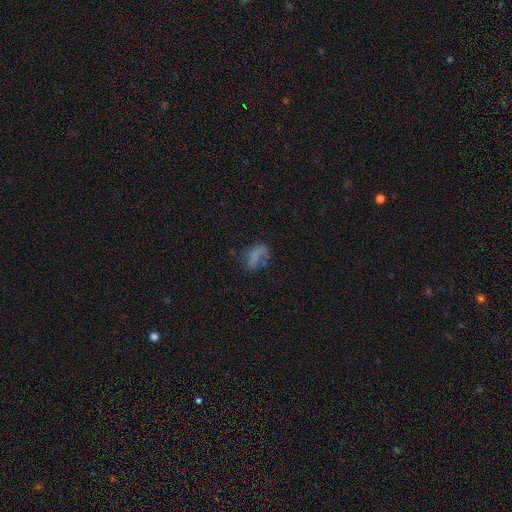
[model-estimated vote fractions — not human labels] Smooth or featured? smooth (62%)
How rounded? in between (83%)
Merging? none (39%)